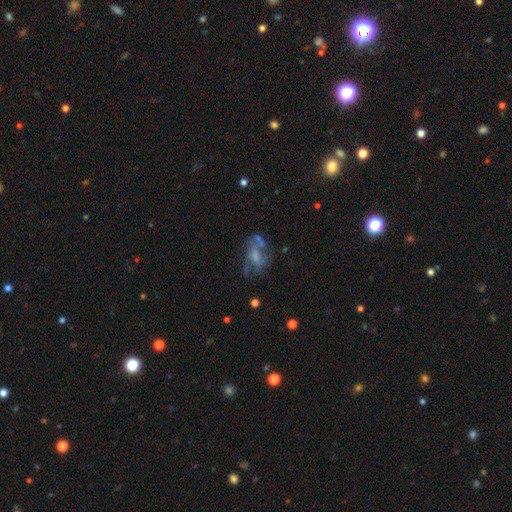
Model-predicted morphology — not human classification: featured or disk 55%, smooth 33%, star or artifact 12%. Down the decision tree: edge-on disk — no (94%); bar — no (65%); spiral arms — yes (51%); bulge size — moderate (37%); merging — none (43%).